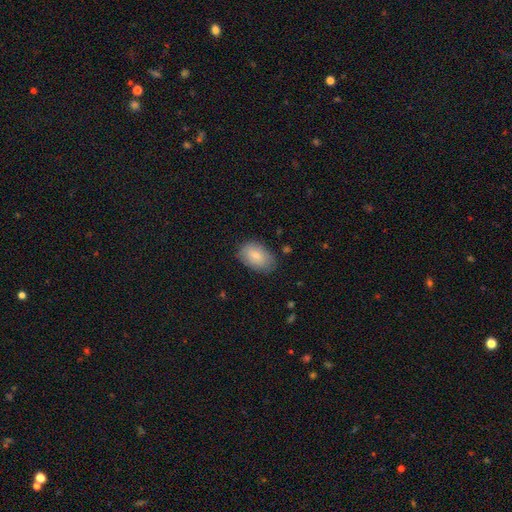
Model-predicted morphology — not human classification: Overall: smooth (80%). How rounded: in between (89%). Merging: none (76%).